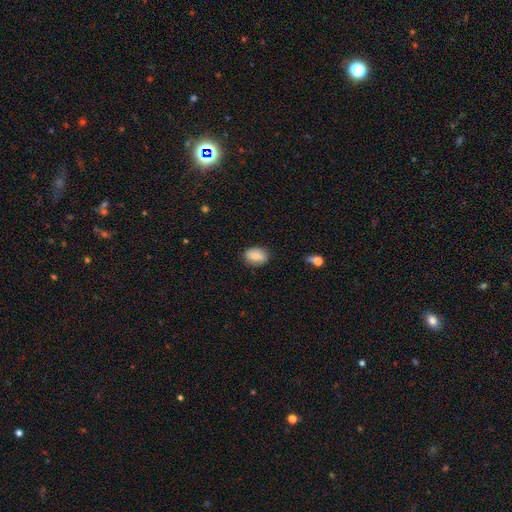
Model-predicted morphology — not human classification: Smooth or featured? smooth (77%)
How rounded? in between (77%)
Merging? none (82%)